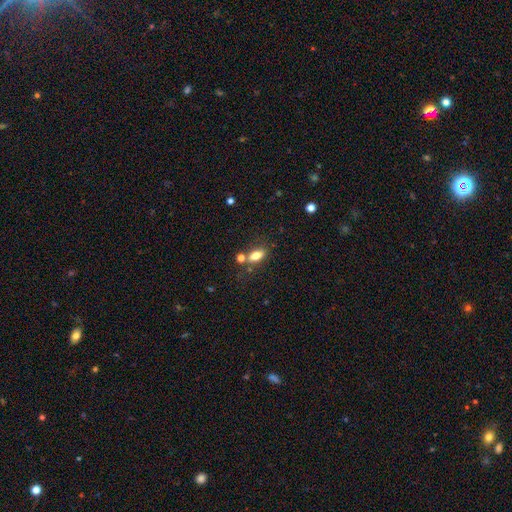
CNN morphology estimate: A smooth galaxy with no disk features (76%) that is in between round and cigar-shaped (81%).

Vote fractions:
- Smooth or featured? smooth: 76% / featured or disk: 14% / star or artifact: 10%
- How rounded? in between: 81% / cigar-shaped: 12% / round: 7%
- Merging? none: 62% / merger: 19% / minor disturbance: 14% / major disturbance: 5%